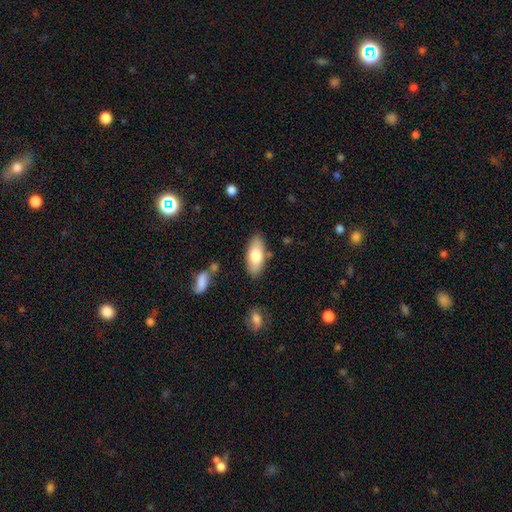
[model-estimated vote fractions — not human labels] The model was most divided on "smooth or featured": smooth: 76%, featured or disk: 18%, star or artifact: 6%. More confident: how rounded — in between (86%); merging — none (82%).